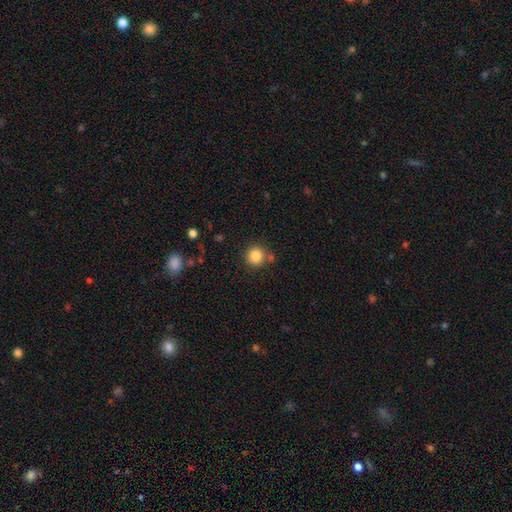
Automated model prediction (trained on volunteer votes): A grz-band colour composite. It shows a smooth galaxy with no disk features (84%) that is round (93%). Merging: none (79%).